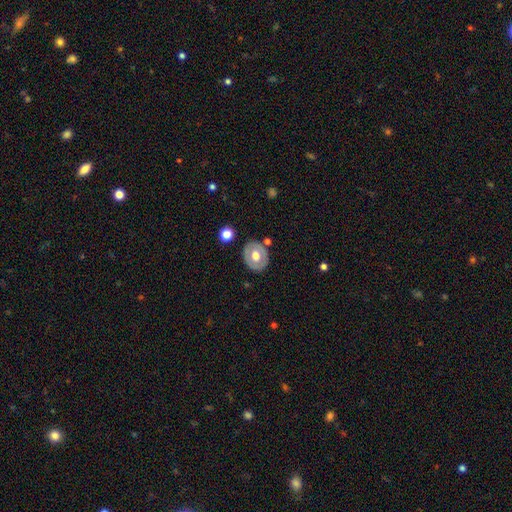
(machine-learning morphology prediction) This appears to be a smooth galaxy with no disk features (50%) that is round (57%). Merging: none (81%).